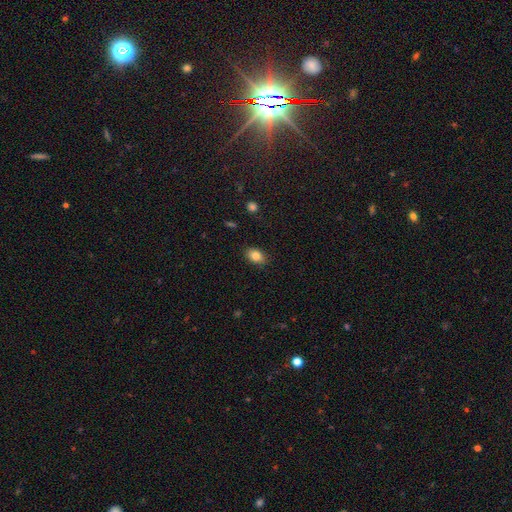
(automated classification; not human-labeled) Overall: smooth (83%). How rounded: in between (83%). Merging: none (86%).